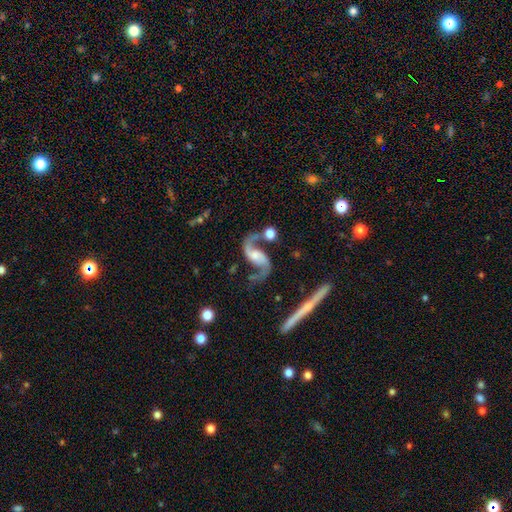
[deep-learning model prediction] The model was most divided on "bulge size": moderate: 35%, small: 33%, none: 17%, large: 12%, dominant: 3%. More confident: spiral arms — yes (97%); edge-on disk — no (97%); spiral arm count — 2 (94%); smooth or featured — featured or disk (91%); spiral winding — loose (77%); merging — none (59%); bar — no (50%).